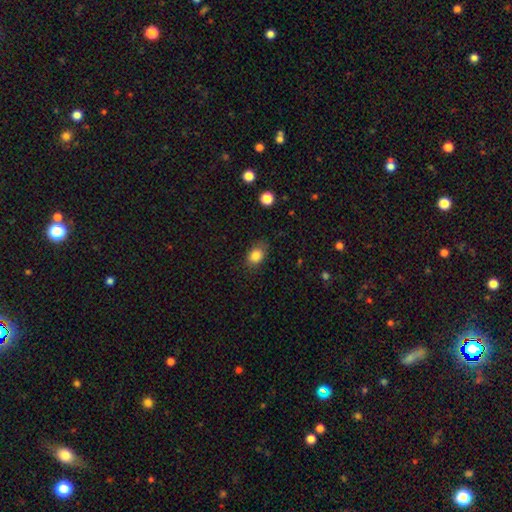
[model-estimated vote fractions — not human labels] A smooth galaxy with no disk features (84%) that is in between round and cigar-shaped (68%). Merging: none (76%).